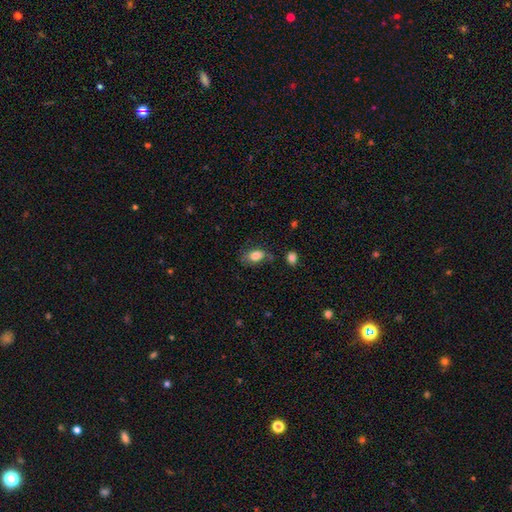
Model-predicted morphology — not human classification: smooth_or_featured: smooth (p=0.79) [alt: featured or disk p=0.13]
how_rounded: in between (p=0.90) [alt: round p=0.07]
merging: none (p=0.59) [alt: minor disturbance p=0.27]